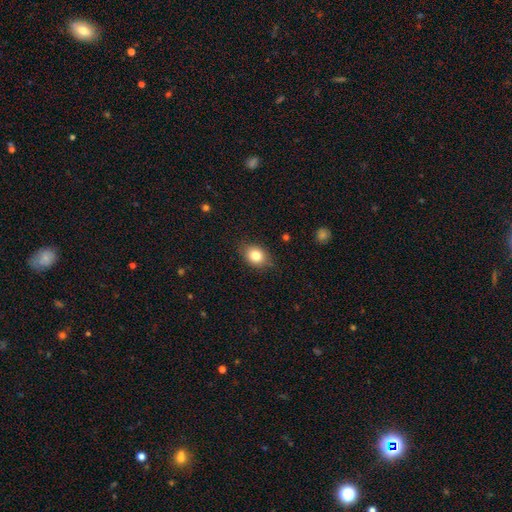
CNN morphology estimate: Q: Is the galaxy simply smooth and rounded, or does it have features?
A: smooth — 81%.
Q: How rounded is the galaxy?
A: in between — 61%.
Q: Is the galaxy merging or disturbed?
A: none — 82%.